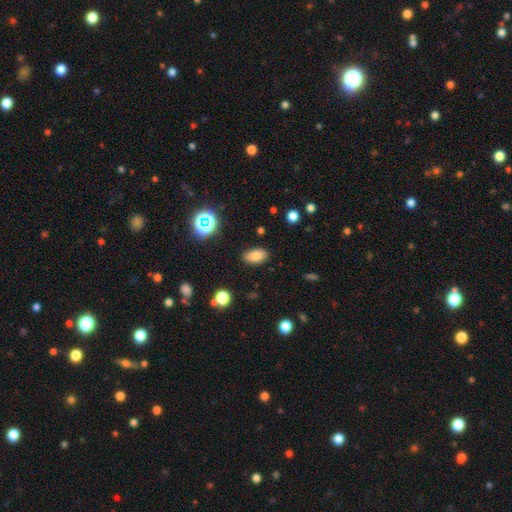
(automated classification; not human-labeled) Smooth or featured: smooth — 80% (star or artifact — 11%)
How rounded: in between — 91% (round — 6%)
Merging: none — 85% (minor disturbance — 10%)